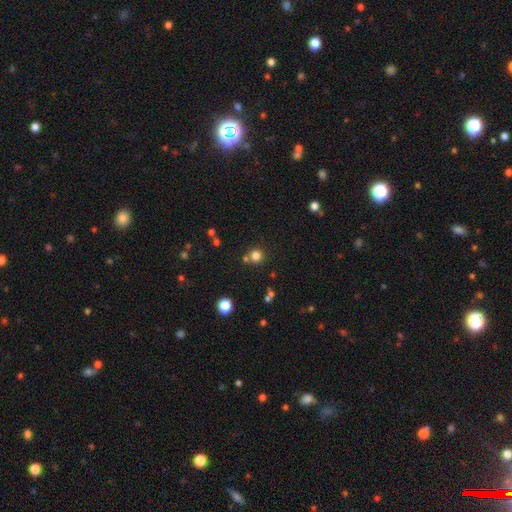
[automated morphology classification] Smooth or featured? Predicted: smooth (p=0.78). How rounded? Predicted: round (p=0.90). Merging? Predicted: none (p=0.72).